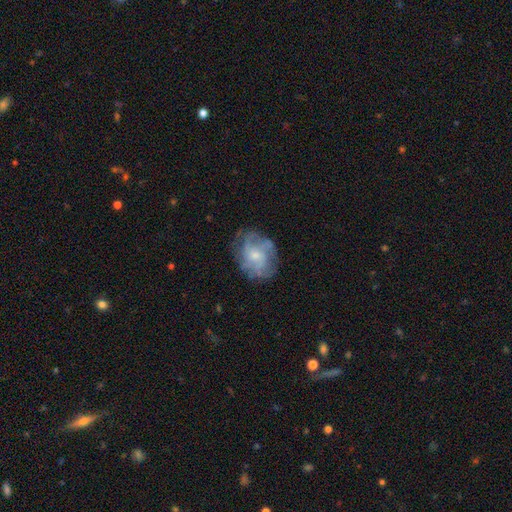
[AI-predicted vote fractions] Overall: featured or disk (65%; smooth 26%). Edge-on disk: no (97%). Bar: no (73%). Spiral arms: yes (73%). Bulge size: small (56%; moderate 35%). Merging: none (65%).